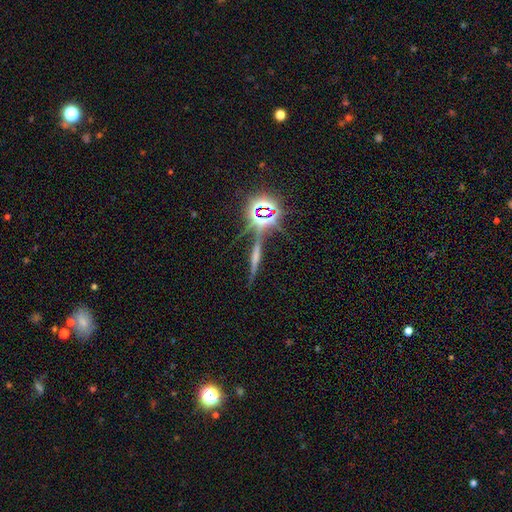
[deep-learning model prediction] featured or disk 37%, star or artifact 36%, smooth 27%. Down the decision tree: merging — none (73%).